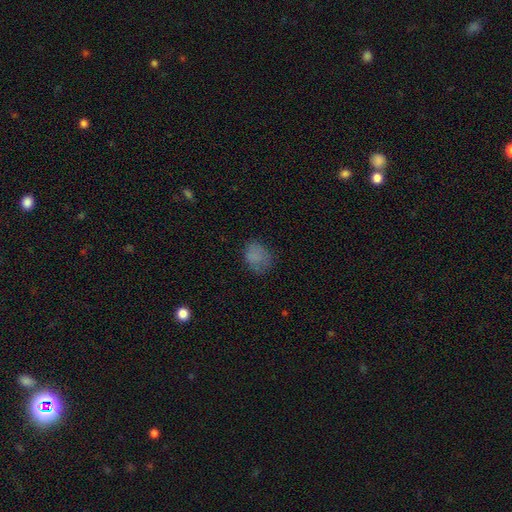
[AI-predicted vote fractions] Overall: smooth (77%). How rounded: in between (55%; round 44%). Merging: none (62%; minor disturbance 25%).